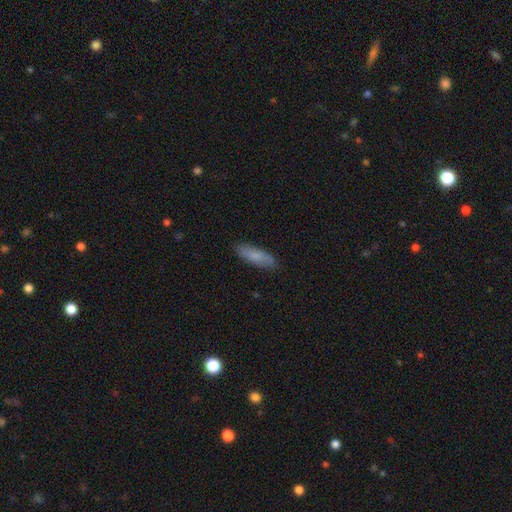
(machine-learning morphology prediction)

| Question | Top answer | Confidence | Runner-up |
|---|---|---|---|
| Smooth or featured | smooth | 79% | featured or disk (14%) |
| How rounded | in between | 50% | cigar-shaped (49%) |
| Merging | none | 84% | minor disturbance (13%) |